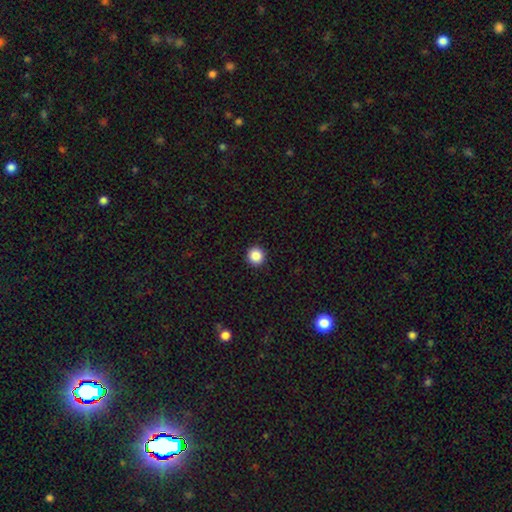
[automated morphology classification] Q: Smooth or featured?
A: smooth (87%); runner-up: star or artifact (10%)
Q: How rounded?
A: round (95%); runner-up: in between (4%)
Q: Merging?
A: none (93%); runner-up: minor disturbance (4%)